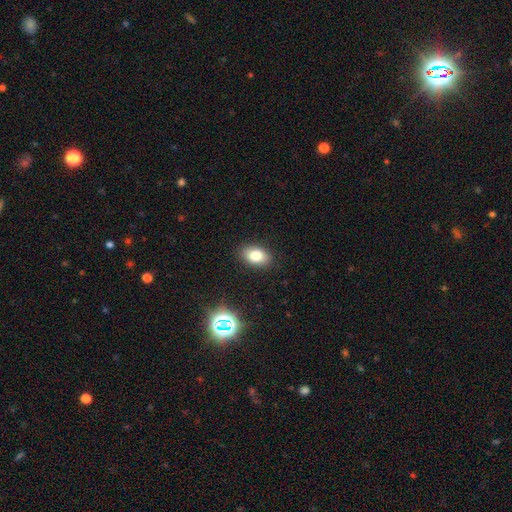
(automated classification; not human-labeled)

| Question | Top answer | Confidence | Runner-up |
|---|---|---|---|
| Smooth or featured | smooth | 79% | star or artifact (11%) |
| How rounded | in between | 87% | round (11%) |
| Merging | none | 88% | minor disturbance (9%) |